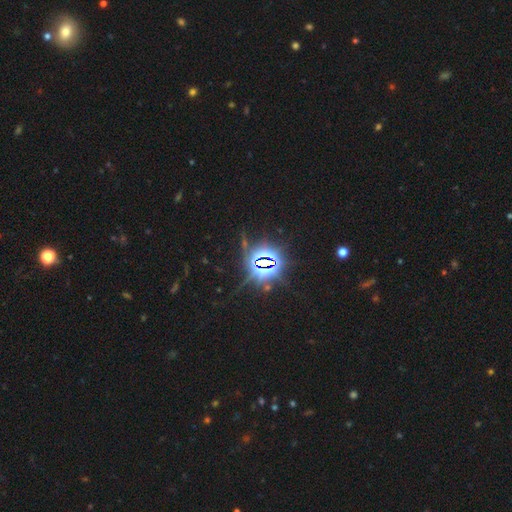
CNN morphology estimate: A star or artifact, not a galaxy (86%).

Vote fractions:
- Smooth or featured? star or artifact: 86% / smooth: 8% / featured or disk: 6%